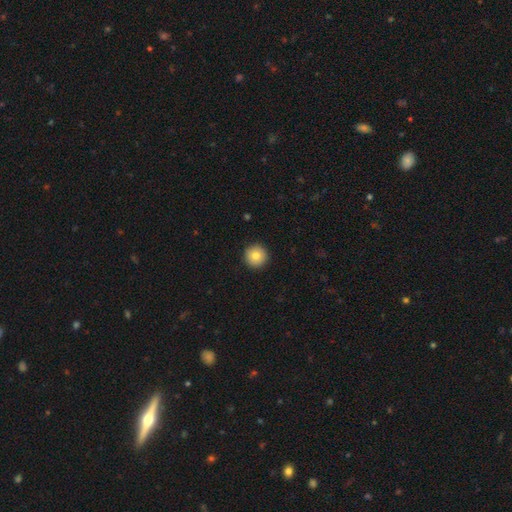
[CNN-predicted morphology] Smooth or featured? Predicted: smooth (p=0.81). How rounded? Predicted: round (p=0.96). Merging? Predicted: none (p=0.93).